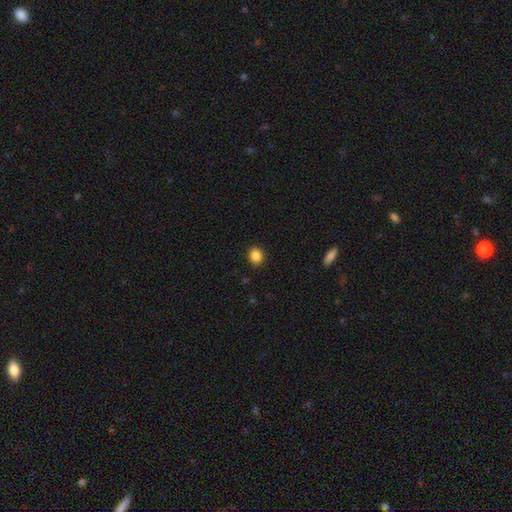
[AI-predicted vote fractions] The model was most divided on "how rounded": round: 71%, in between: 28%, cigar-shaped: 1%. More confident: merging — none (91%); smooth or featured — smooth (87%).